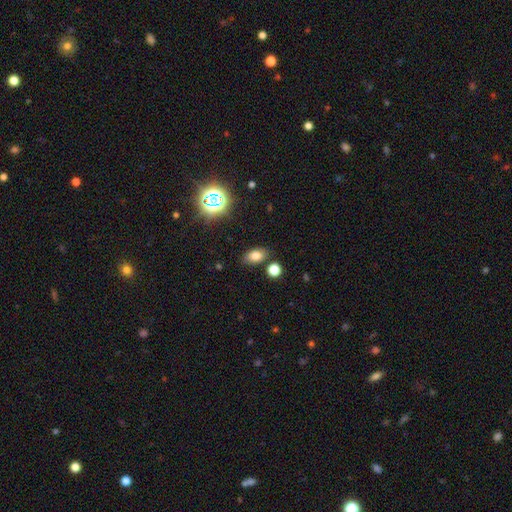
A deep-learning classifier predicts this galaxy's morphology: Smooth or featured: smooth — 76% (star or artifact — 15%)
How rounded: in between — 85% (round — 13%)
Merging: none — 81% (minor disturbance — 10%)